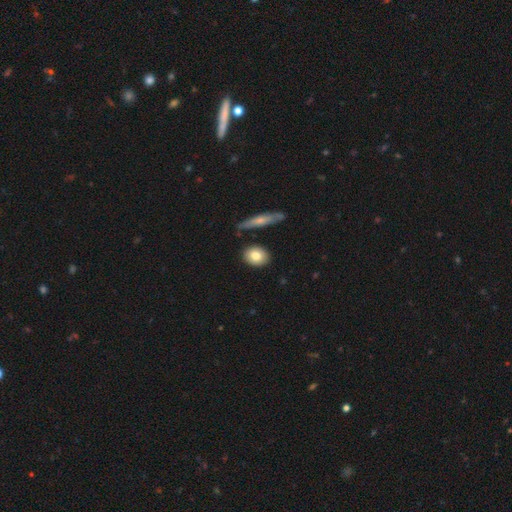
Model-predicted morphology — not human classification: Smooth or featured?
  - smooth: 79% *
  - featured or disk: 14%
  - star or artifact: 7%
How rounded?
  - round: 52% *
  - in between: 44%
  - cigar-shaped: 4%
Merging?
  - none: 84% *
  - minor disturbance: 9%
  - merger: 4%
  - major disturbance: 2%